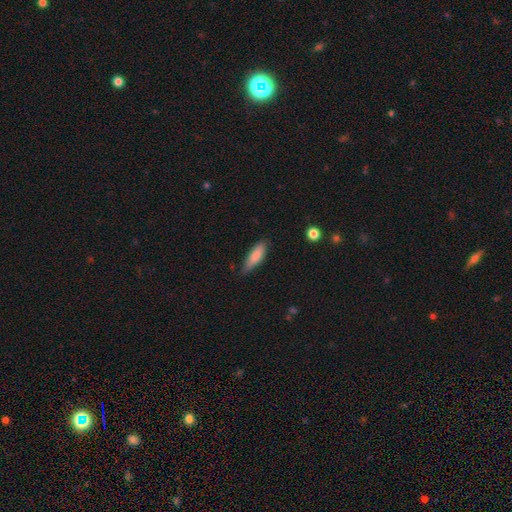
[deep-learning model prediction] This appears to be a smooth galaxy with no disk features (83%) that is in between round and cigar-shaped (51%). Merging: none (67%).